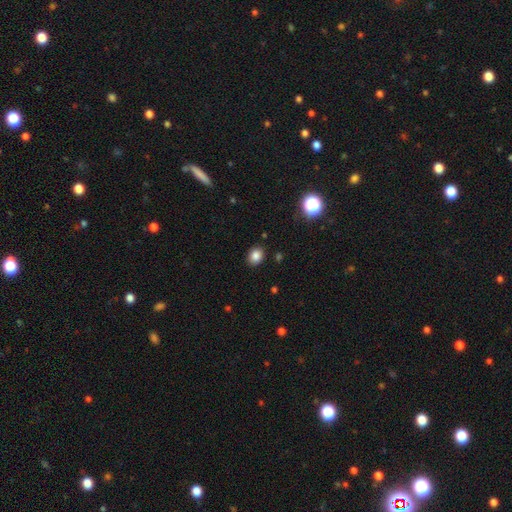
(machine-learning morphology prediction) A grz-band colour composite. It shows a smooth galaxy with no disk features (84%) that is in between round and cigar-shaped (52%). Merging: none (88%).